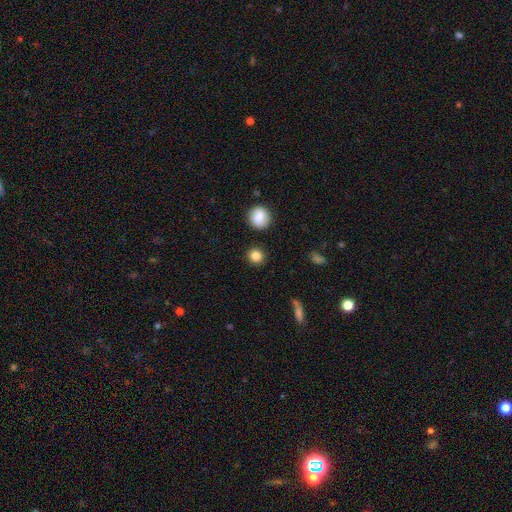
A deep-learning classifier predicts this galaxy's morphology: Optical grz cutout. It shows a smooth galaxy with no disk features (85%) that is round (90%). Merging: none (89%).